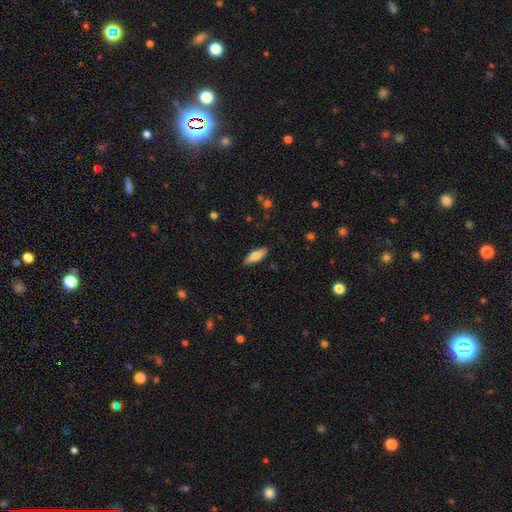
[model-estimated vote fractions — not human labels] smooth-or-featured: smooth: 71% | featured or disk: 23% | star or artifact: 6%
  how-rounded: in between: 56% | cigar-shaped: 42% | round: 2%
  merging: none: 87% | minor disturbance: 10% | major disturbance: 2% | merger: 1%